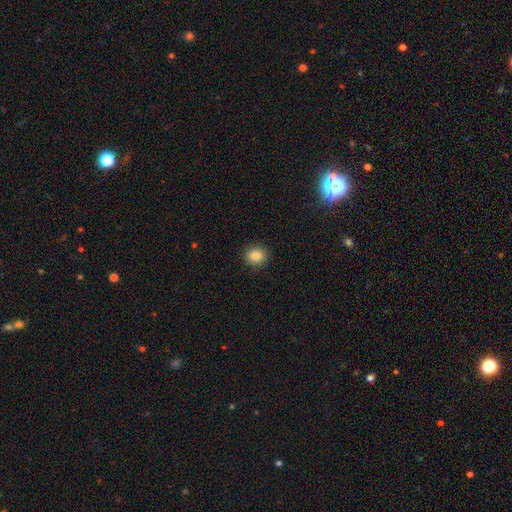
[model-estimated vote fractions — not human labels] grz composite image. It shows a smooth galaxy with no disk features (85%) that is round (78%). Merging: none (91%).